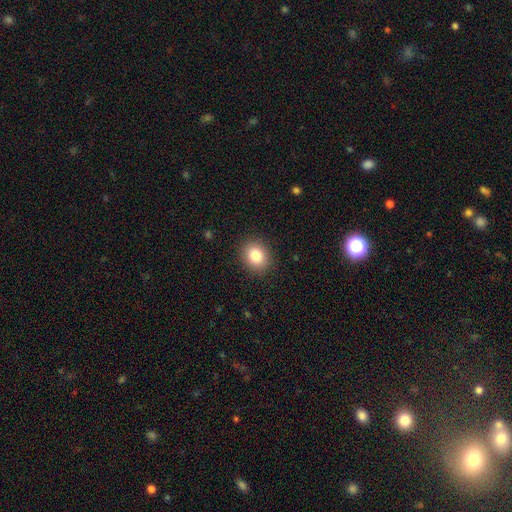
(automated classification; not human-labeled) This is clearly a smooth galaxy (84%). How rounded: likely round (62%). Merging: clearly none (90%).